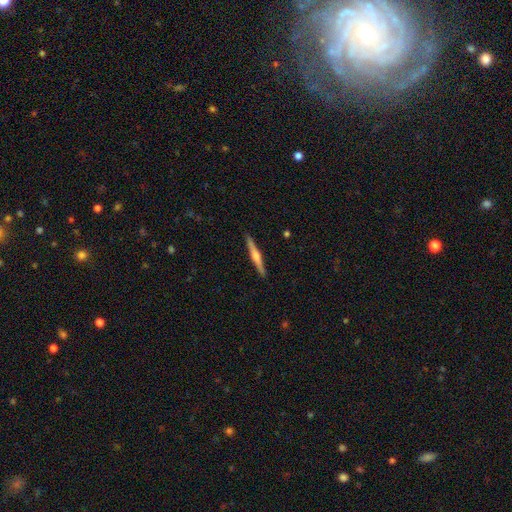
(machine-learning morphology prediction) A featured or disk galaxy (68%) viewed edge-on (98%) with a rounded central bulge (83%). Merging: none (92%).